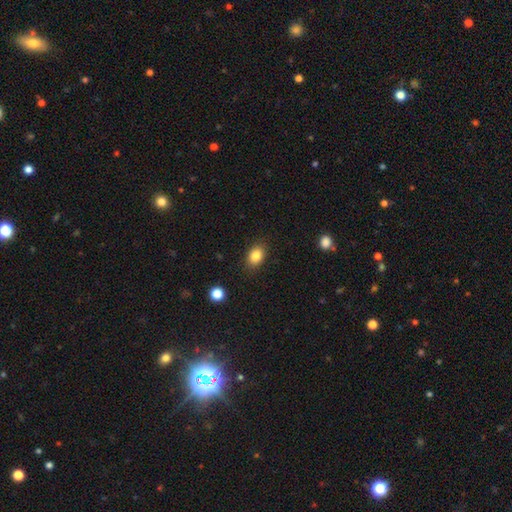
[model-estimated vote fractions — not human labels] Morphology: type=smooth (85%); roundness=in between (75%); merging=none (86%).